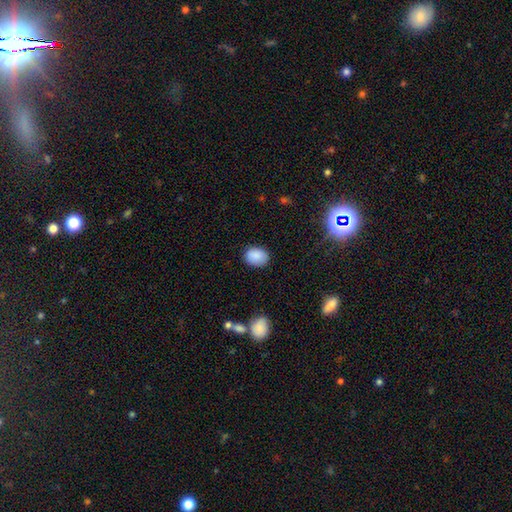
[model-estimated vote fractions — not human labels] Smooth or featured: smooth — 87% (star or artifact — 8%)
How rounded: in between — 67% (round — 32%)
Merging: none — 82% (minor disturbance — 14%)